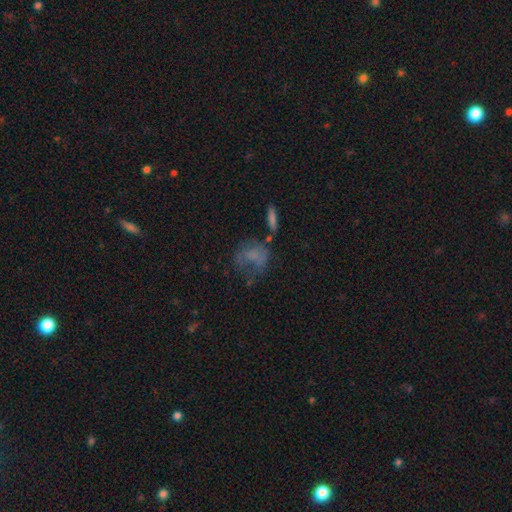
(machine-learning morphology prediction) This is possibly a smooth galaxy (52%). How rounded: possibly in between (53%). Merging: marginally none (35%).